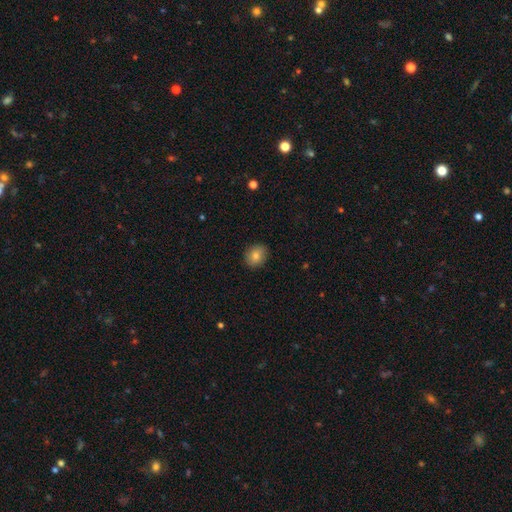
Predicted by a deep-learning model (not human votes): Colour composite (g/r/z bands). It shows a smooth galaxy with no disk features (80%) that is round (61%). Merging: none (87%).